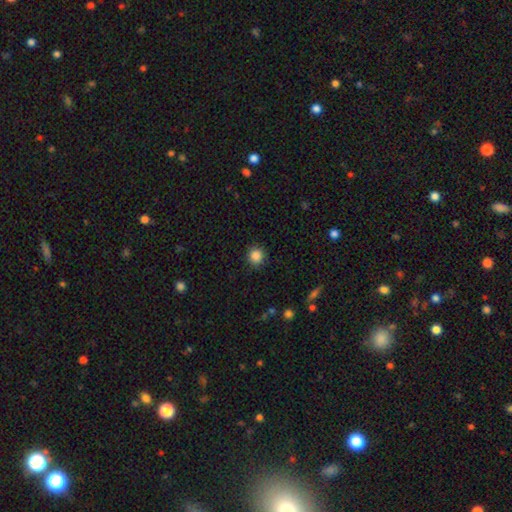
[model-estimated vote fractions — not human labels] Q: Smooth or featured?
A: smooth (86%); runner-up: star or artifact (10%)
Q: How rounded?
A: round (92%); runner-up: in between (7%)
Q: Merging?
A: none (89%); runner-up: minor disturbance (8%)